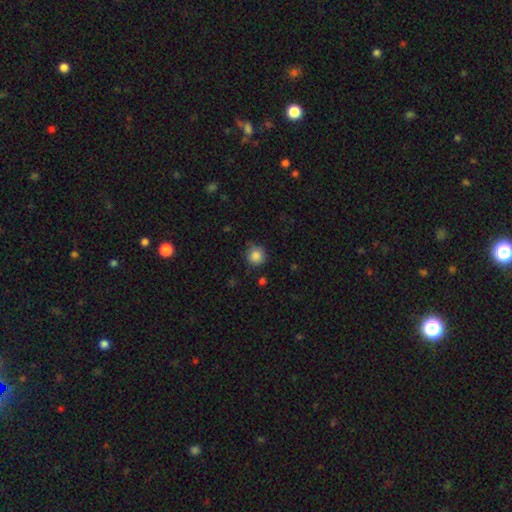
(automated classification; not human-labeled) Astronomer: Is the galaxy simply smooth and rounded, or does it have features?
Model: smooth — 86%.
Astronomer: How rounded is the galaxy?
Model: round — 93%.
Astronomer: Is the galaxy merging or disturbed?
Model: none — 78%.